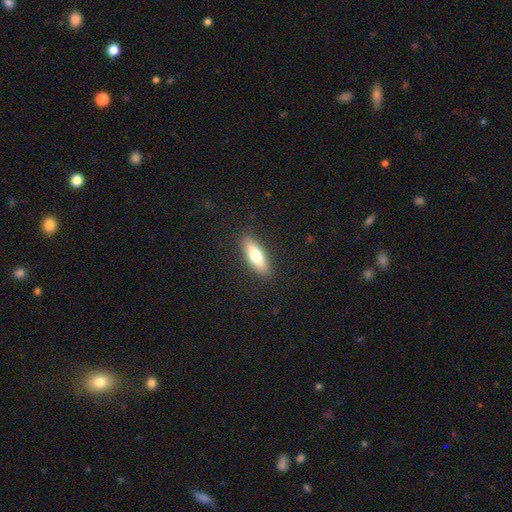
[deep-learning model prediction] This is likely a smooth galaxy (72%). How rounded: possibly cigar-shaped (50%). Merging: clearly none (88%).